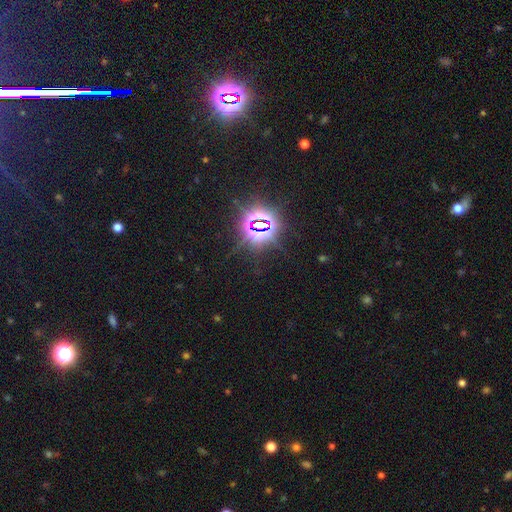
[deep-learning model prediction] smooth_or_featured: star or artifact (p=0.83) [alt: smooth p=0.09]